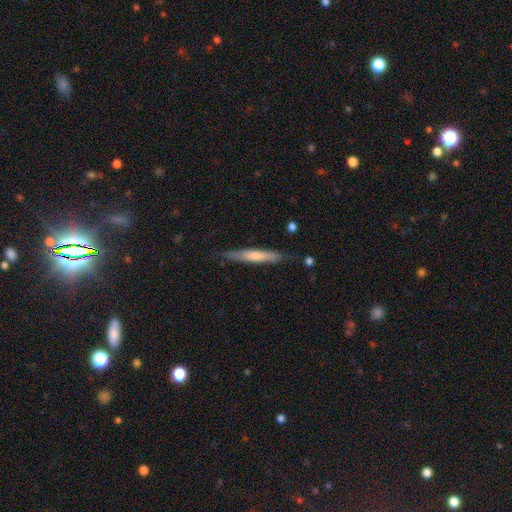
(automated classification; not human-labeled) Smooth or featured? Predicted: featured or disk (p=0.58). Edge-on disk? Predicted: yes (p=0.94). Edge-on bulge? Predicted: rounded (p=0.60). Merging? Predicted: none (p=0.84).